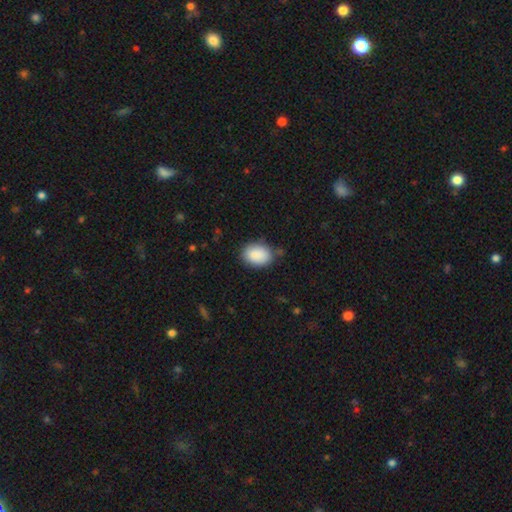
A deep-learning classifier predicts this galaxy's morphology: smooth-or-featured: smooth: 90% | star or artifact: 7% | featured or disk: 4%
  how-rounded: in between: 76% | round: 23% | cigar-shaped: 1%
  merging: none: 76% | minor disturbance: 18% | major disturbance: 4% | merger: 3%